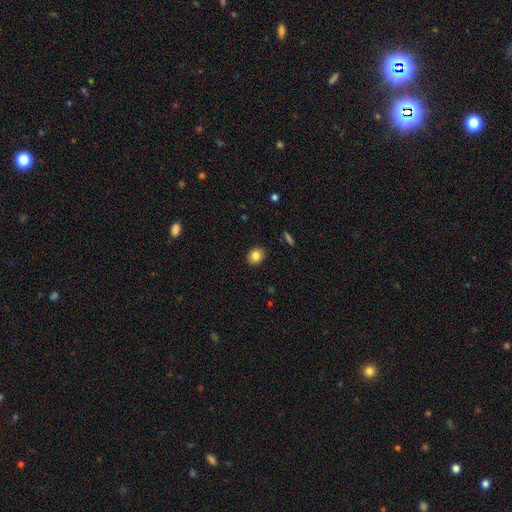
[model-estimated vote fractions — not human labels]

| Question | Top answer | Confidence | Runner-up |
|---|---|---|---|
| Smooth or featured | smooth | 83% | star or artifact (10%) |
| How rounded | round | 64% | in between (35%) |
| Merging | none | 90% | minor disturbance (7%) |